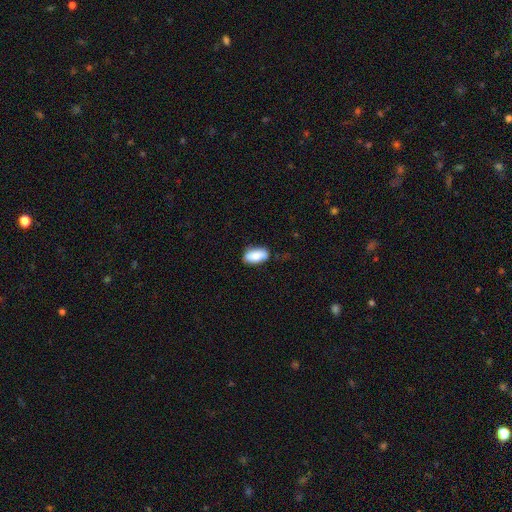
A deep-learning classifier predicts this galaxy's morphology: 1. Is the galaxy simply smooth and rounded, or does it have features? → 84% smooth, 9% featured or disk, 7% star or artifact.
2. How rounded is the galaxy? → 93% in between, 4% round, 3% cigar-shaped.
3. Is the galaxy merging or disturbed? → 72% none, 22% minor disturbance, 4% major disturbance, 2% merger.